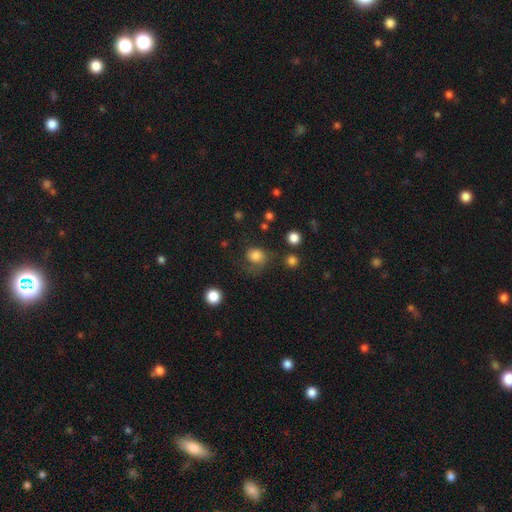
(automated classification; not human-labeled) Smooth or featured? Predicted: smooth (p=0.80). How rounded? Predicted: round (p=0.77). Merging? Predicted: none (p=0.53).